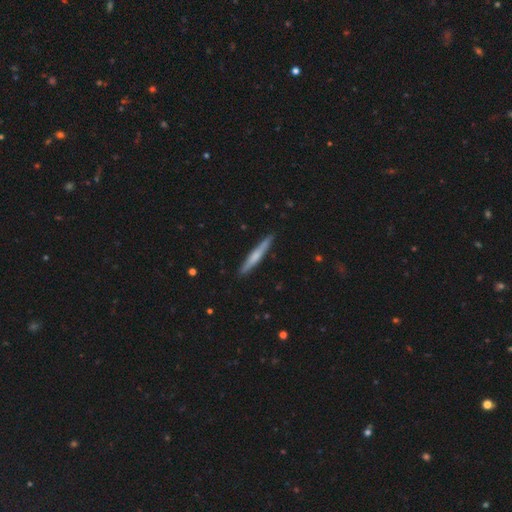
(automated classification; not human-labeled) Smooth or featured? Predicted: smooth (p=0.52). How rounded? Predicted: cigar-shaped (p=0.96). Merging? Predicted: none (p=0.90).